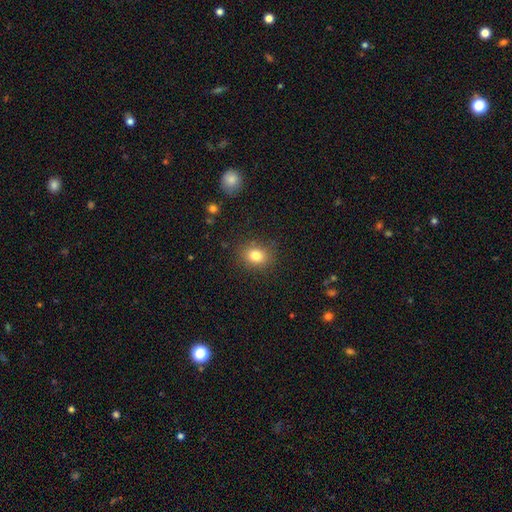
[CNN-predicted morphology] Smooth or featured?
  - smooth: 81% *
  - star or artifact: 12%
  - featured or disk: 7%
How rounded?
  - round: 56% *
  - in between: 43%
  - cigar-shaped: 1%
Merging?
  - none: 86% *
  - minor disturbance: 10%
  - major disturbance: 3%
  - merger: 1%